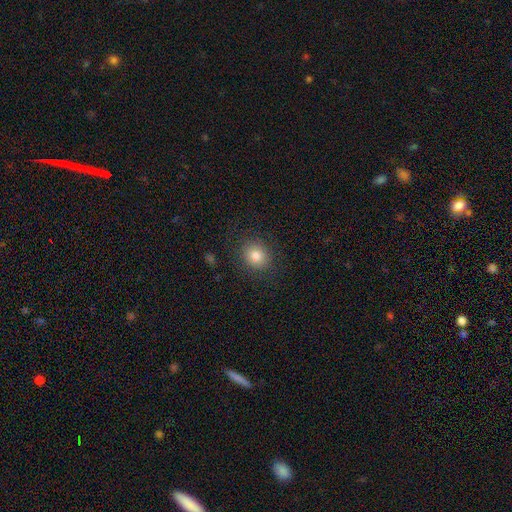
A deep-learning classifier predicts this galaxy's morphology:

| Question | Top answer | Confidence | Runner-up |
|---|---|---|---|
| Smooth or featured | smooth | 82% | star or artifact (10%) |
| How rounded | round | 73% | in between (27%) |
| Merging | none | 85% | minor disturbance (10%) |